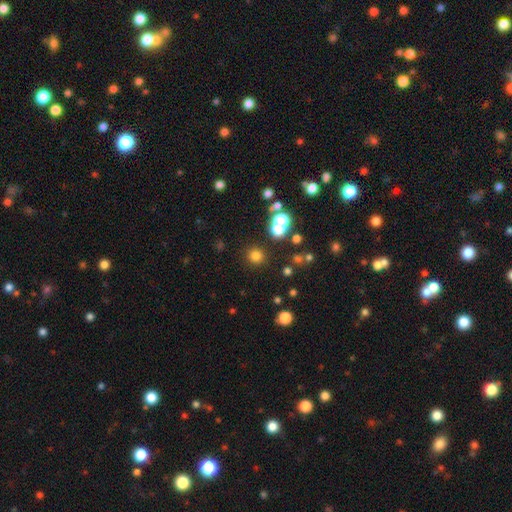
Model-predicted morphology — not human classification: type=smooth (73%); roundness=round (92%); merging=none (84%).